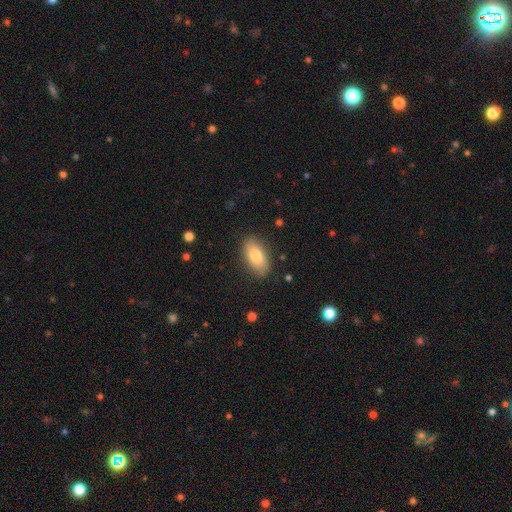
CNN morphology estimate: A smooth galaxy with no disk features (79%) that is in between round and cigar-shaped (90%). Merging: none (84%).